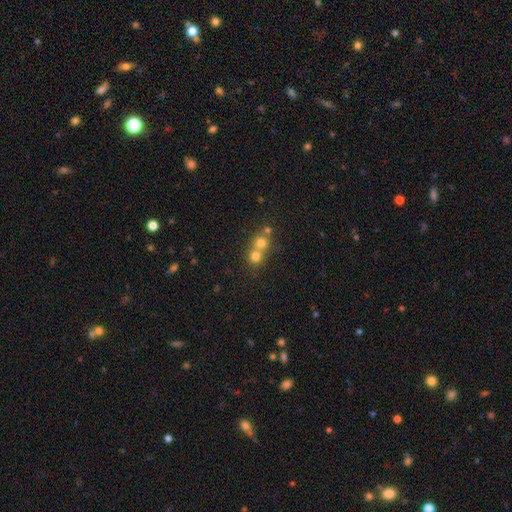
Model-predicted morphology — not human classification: smooth_or_featured: smooth (p=0.71) [alt: star or artifact p=0.15]
how_rounded: round (p=0.86) [alt: in between p=0.13]
merging: merger (p=0.60) [alt: none p=0.34]